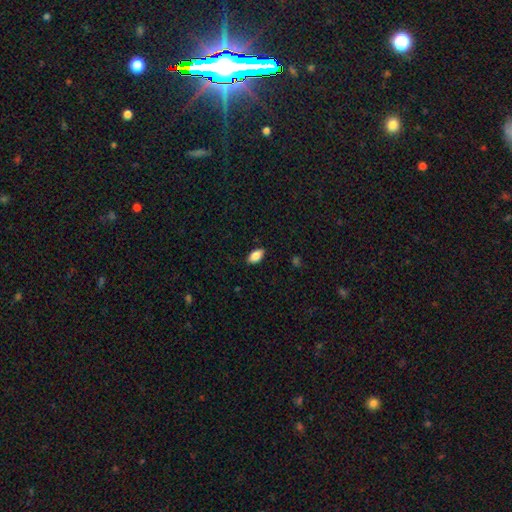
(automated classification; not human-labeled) Morphology: type=smooth (87%); roundness=in between (93%); merging=none (86%).